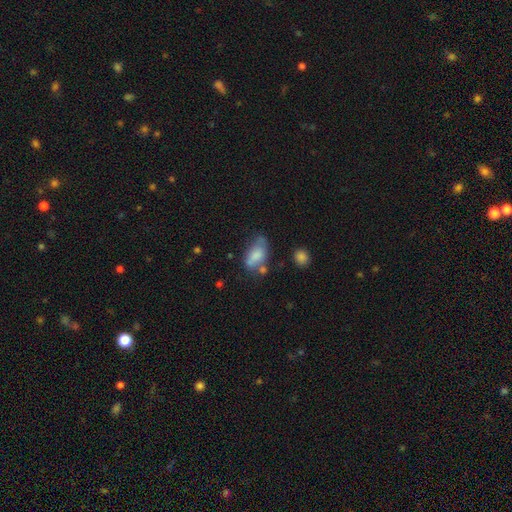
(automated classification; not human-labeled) This appears to be a smooth galaxy with no disk features (71%) that is in between round and cigar-shaped (90%). Merging: none (40%).